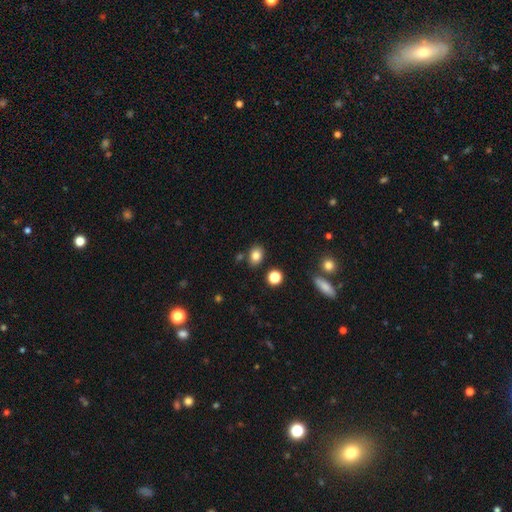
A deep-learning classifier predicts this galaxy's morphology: Smooth or featured: smooth — 82% (star or artifact — 11%)
How rounded: in between — 63% (round — 36%)
Merging: none — 80% (minor disturbance — 11%)